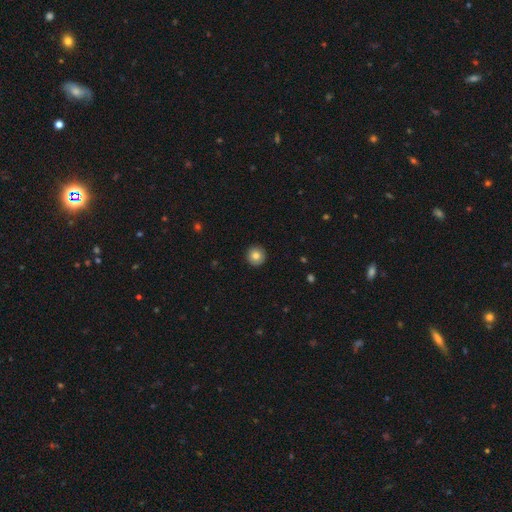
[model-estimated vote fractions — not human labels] Smooth or featured?
  - smooth: 81% *
  - featured or disk: 10%
  - star or artifact: 9%
How rounded?
  - round: 95% *
  - in between: 4%
  - cigar-shaped: 1%
Merging?
  - none: 92% *
  - minor disturbance: 5%
  - major disturbance: 1%
  - merger: 1%